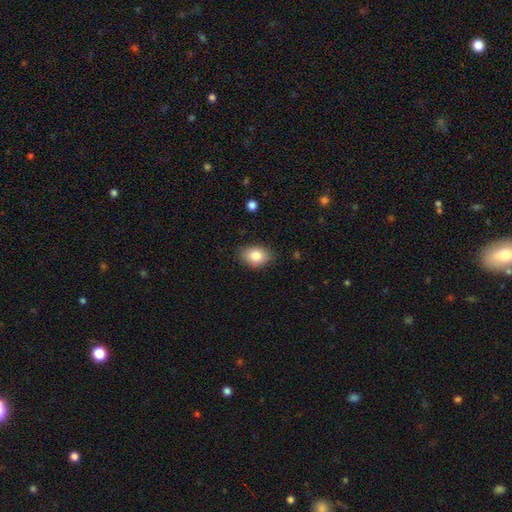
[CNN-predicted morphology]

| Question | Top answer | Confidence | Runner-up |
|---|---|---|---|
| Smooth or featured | smooth | 83% | featured or disk (9%) |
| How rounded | in between | 79% | round (20%) |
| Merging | none | 84% | minor disturbance (12%) |